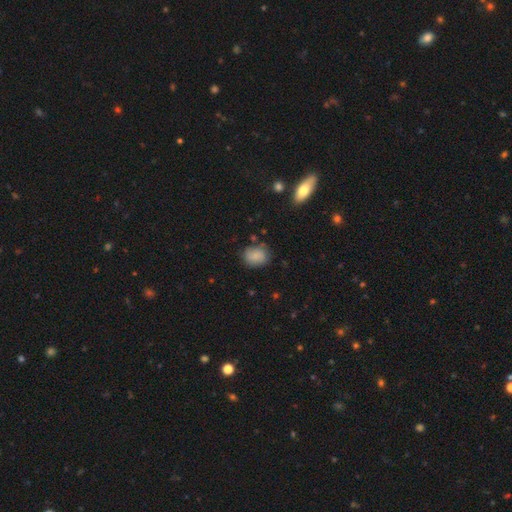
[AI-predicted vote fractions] Smooth or featured? smooth (80%)
How rounded? round (52%)
Merging? none (72%)